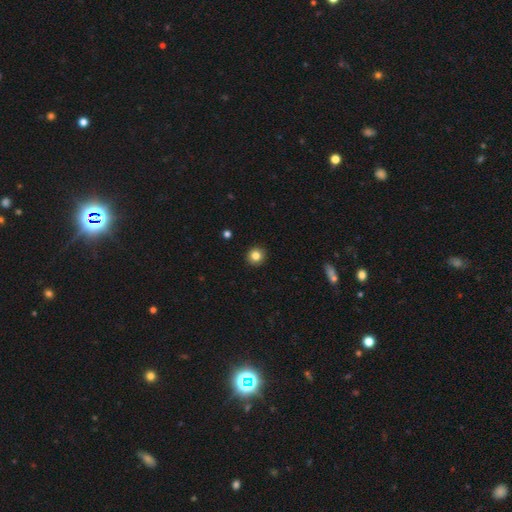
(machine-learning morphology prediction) Smooth or featured: smooth — 83% (star or artifact — 11%)
How rounded: round — 92% (in between — 7%)
Merging: none — 92% (minor disturbance — 5%)